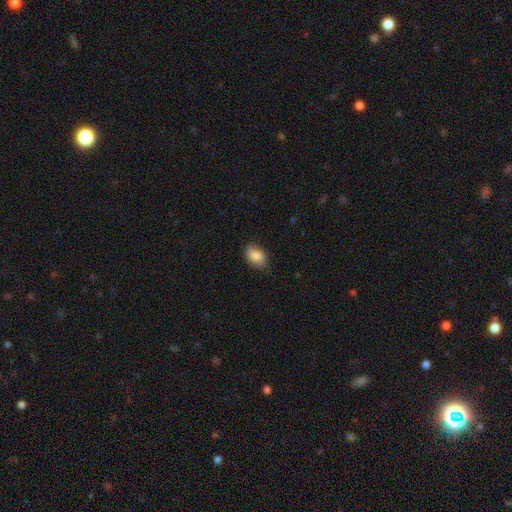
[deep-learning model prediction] Smooth or featured?
  - smooth: 86% *
  - featured or disk: 7%
  - star or artifact: 7%
How rounded?
  - in between: 85% *
  - round: 14%
  - cigar-shaped: 1%
Merging?
  - none: 82% *
  - minor disturbance: 14%
  - major disturbance: 3%
  - merger: 1%